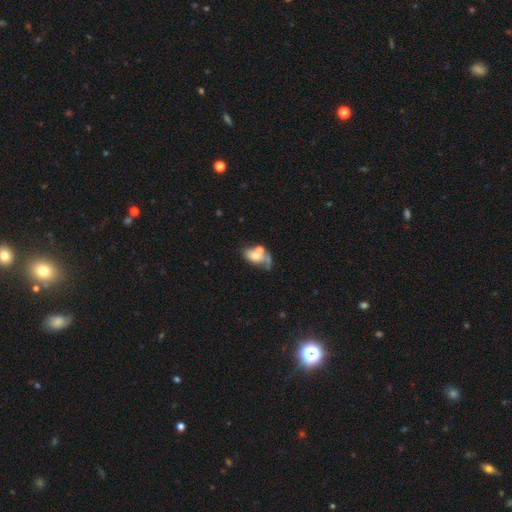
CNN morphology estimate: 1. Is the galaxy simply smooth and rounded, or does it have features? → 47% smooth, 43% featured or disk, 10% star or artifact.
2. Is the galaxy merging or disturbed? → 40% merger, 25% major disturbance, 20% none, 15% minor disturbance.